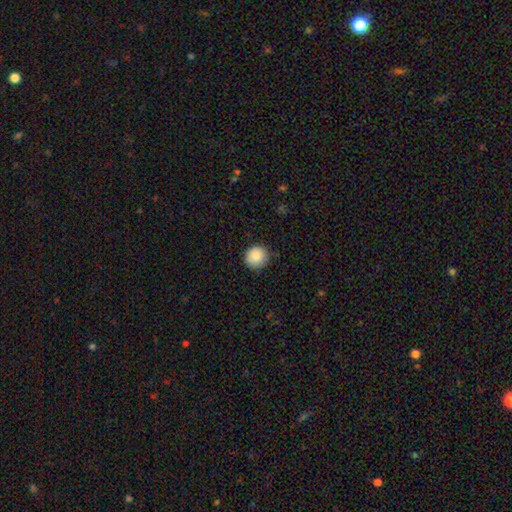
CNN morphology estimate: smooth-or-featured: smooth: 89% | star or artifact: 8% | featured or disk: 3%
  how-rounded: round: 92% | in between: 7% | cigar-shaped: 1%
  merging: none: 86% | minor disturbance: 11% | major disturbance: 2% | merger: 1%